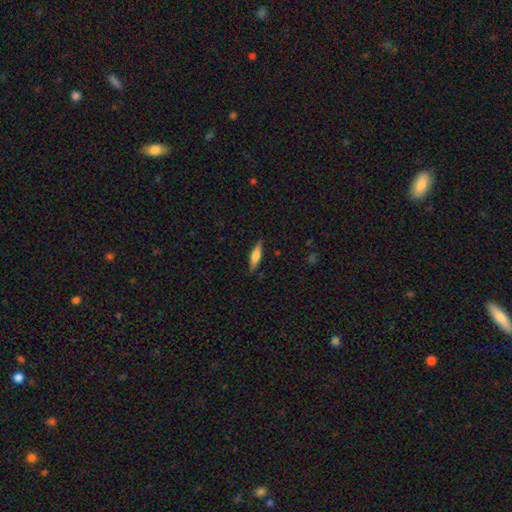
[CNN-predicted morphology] A smooth galaxy with no disk features (54%) that is cigar-shaped (68%). Merging: none (87%).